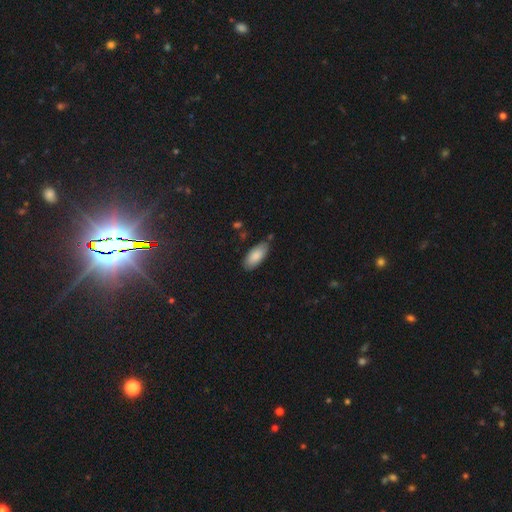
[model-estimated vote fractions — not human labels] Morphology: type=smooth (87%); roundness=in between (88%); merging=none (78%).